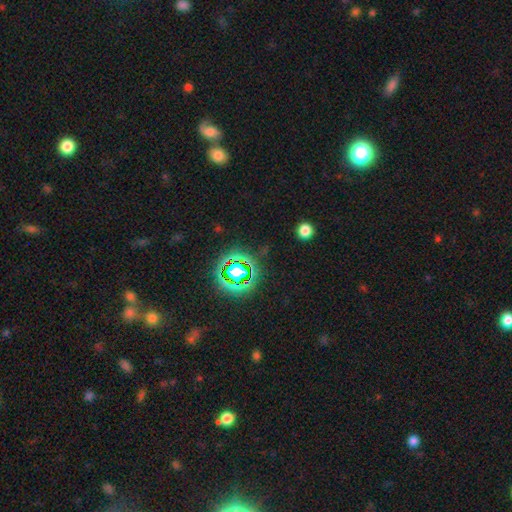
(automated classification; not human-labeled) smooth-or-featured: star or artifact: 74% | smooth: 17% | featured or disk: 9%